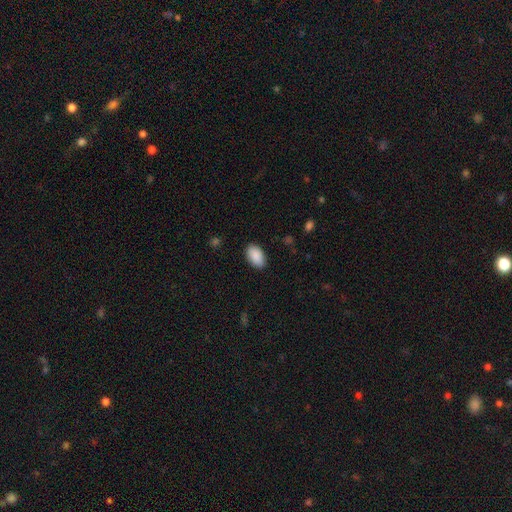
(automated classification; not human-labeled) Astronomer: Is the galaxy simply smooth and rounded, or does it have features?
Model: smooth — 91%.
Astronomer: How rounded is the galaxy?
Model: in between — 93%.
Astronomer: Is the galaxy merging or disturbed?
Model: none — 87%.